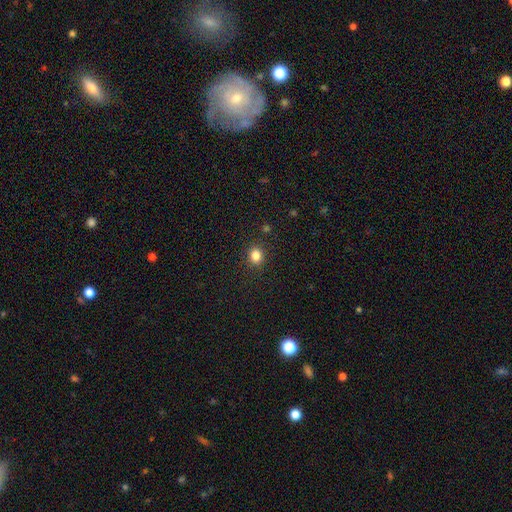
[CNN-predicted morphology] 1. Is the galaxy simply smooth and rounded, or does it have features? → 83% smooth, 12% star or artifact, 4% featured or disk.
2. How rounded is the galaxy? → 70% round, 29% in between, 1% cigar-shaped.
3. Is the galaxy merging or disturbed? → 89% none, 7% minor disturbance, 2% major disturbance, 1% merger.